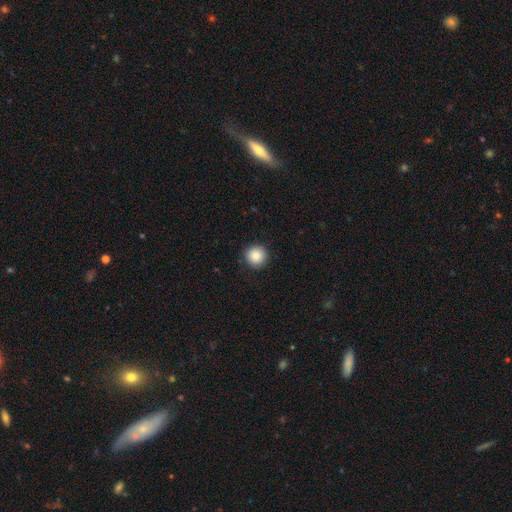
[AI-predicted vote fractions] Smooth or featured? Predicted: smooth (p=0.87). How rounded? Predicted: round (p=0.95). Merging? Predicted: none (p=0.92).